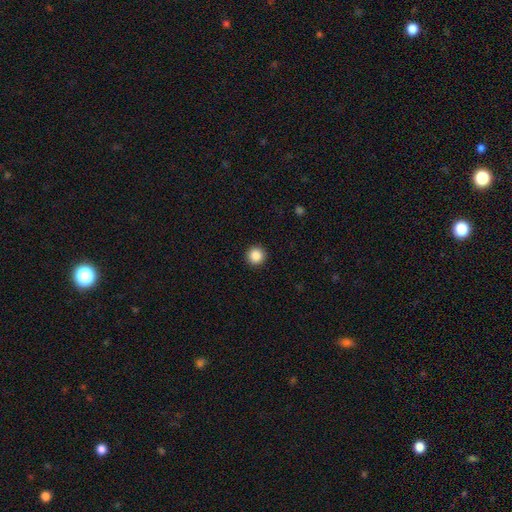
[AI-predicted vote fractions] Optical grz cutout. It shows a smooth galaxy with no disk features (87%) that is round (96%). Merging: none (93%).